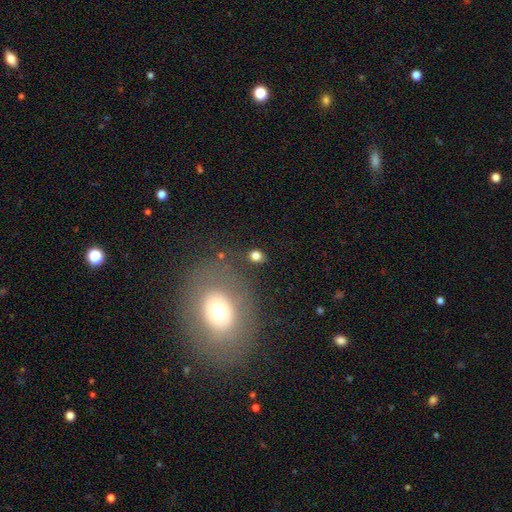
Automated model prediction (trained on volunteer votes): Overall: smooth (78%). How rounded: round (53%; in between 45%). Merging: none (81%).